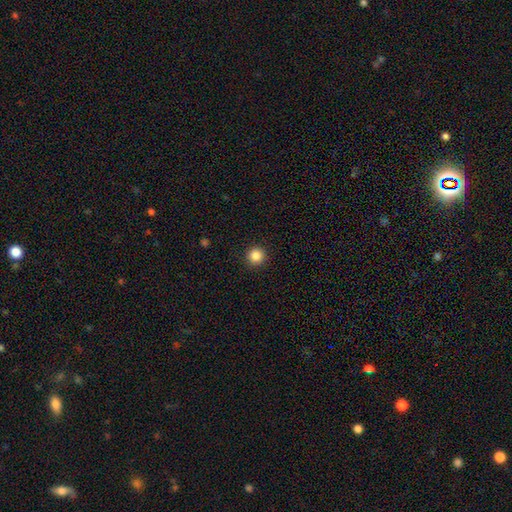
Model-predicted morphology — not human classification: type=smooth (86%); roundness=round (96%); merging=none (93%).